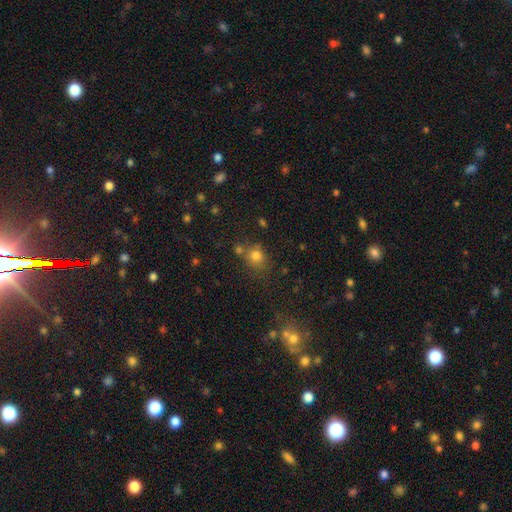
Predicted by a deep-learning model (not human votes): A smooth galaxy with no disk features (76%) that is round (74%). Merging: none (62%).